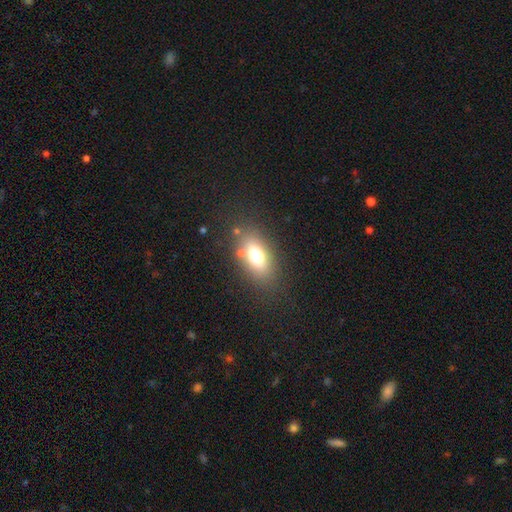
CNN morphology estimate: Overall: smooth (70%). How rounded: in between (84%). Merging: none (77%).